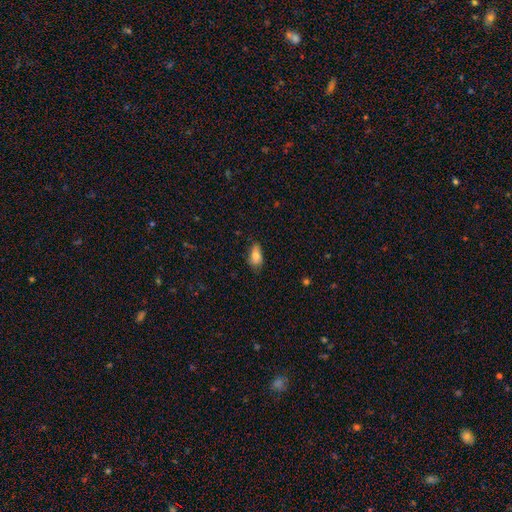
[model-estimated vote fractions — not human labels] Overall: smooth (72%). How rounded: in between (88%). Merging: none (63%; minor disturbance 29%).